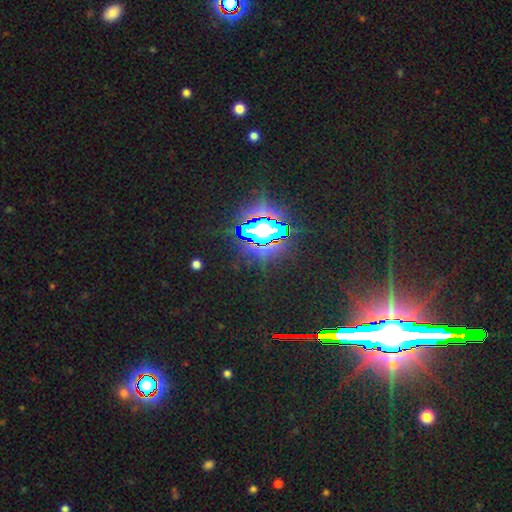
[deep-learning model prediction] Overall: star or artifact (85%).